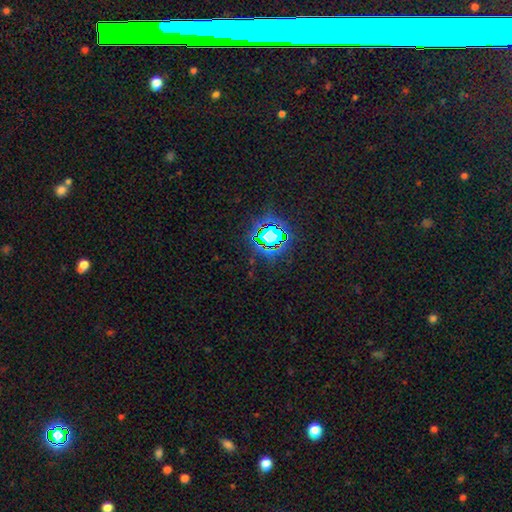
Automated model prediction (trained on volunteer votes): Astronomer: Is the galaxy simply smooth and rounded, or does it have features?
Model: star or artifact — 73%.